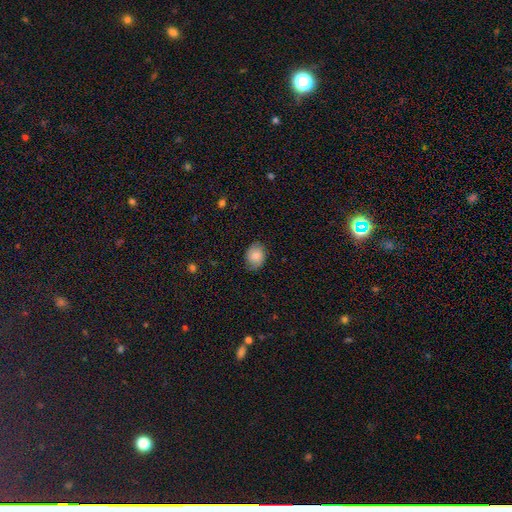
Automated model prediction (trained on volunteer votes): smooth_or_featured: smooth (p=0.77) [alt: featured or disk p=0.14]
how_rounded: in between (p=0.57) [alt: round p=0.42]
merging: none (p=0.77) [alt: minor disturbance p=0.18]